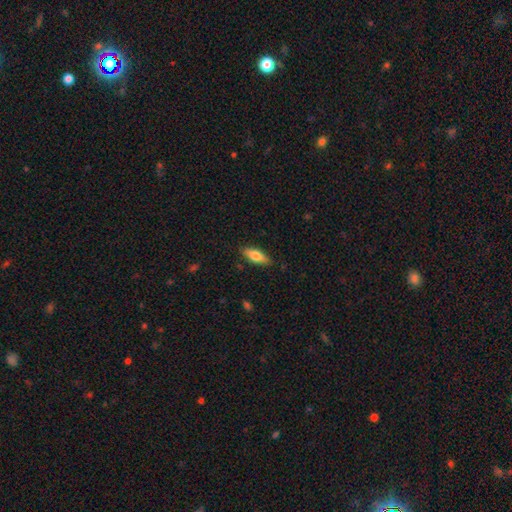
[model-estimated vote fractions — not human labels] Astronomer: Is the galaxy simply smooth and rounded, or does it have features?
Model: smooth — 68%.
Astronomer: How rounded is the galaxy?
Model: in between — 62%.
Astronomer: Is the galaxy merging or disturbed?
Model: none — 86%.